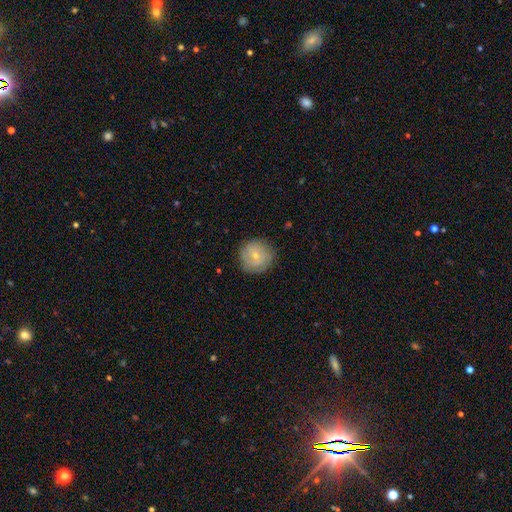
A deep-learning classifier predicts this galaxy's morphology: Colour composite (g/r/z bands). It shows a smooth galaxy with no disk features (51%) that is round (93%). Merging: none (83%).